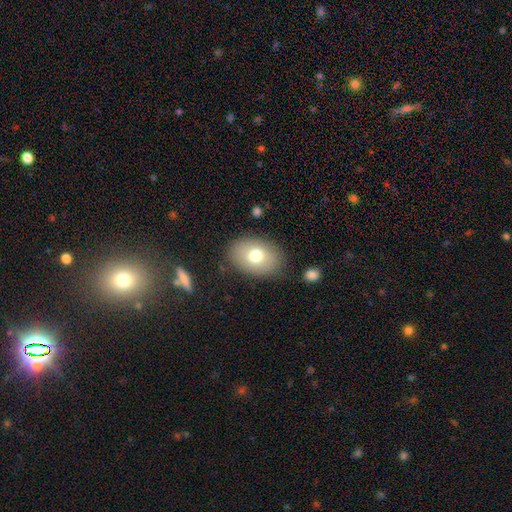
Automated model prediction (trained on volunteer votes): The model was most divided on "smooth or featured": smooth: 74%, featured or disk: 17%, star or artifact: 9%. More confident: merging — none (82%); how rounded — in between (80%).